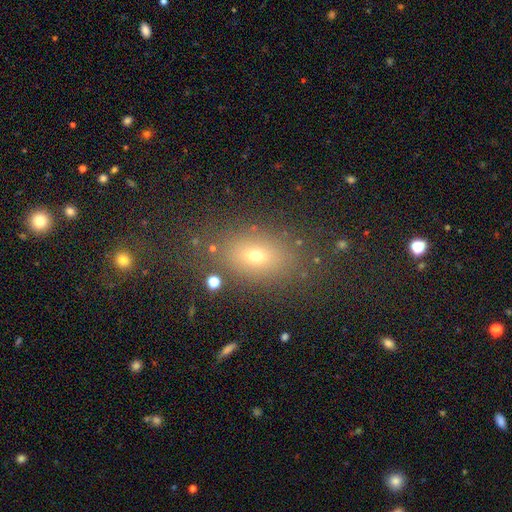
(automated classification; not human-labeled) This appears to be a smooth galaxy with no disk features (64%) that is in between round and cigar-shaped (72%). Merging: none (80%).